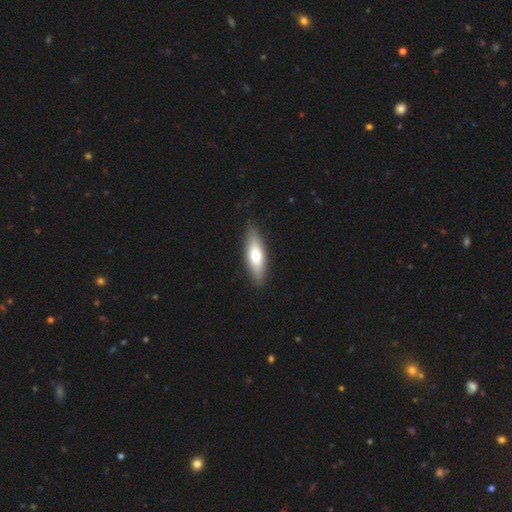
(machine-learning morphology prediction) This is likely a smooth galaxy (61%). How rounded: possibly in between (51%). Merging: clearly none (87%).